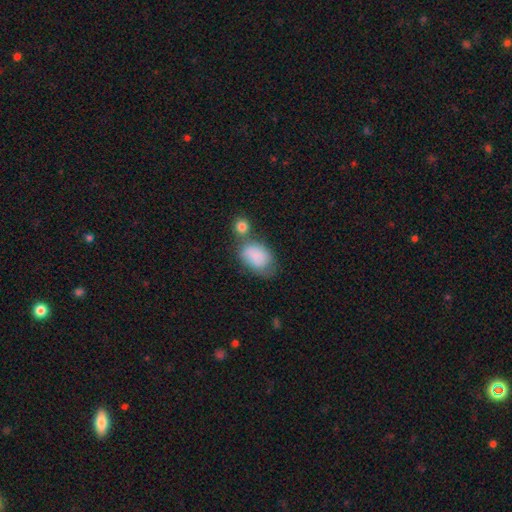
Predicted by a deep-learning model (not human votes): Smooth or featured?
  - smooth: 82% *
  - featured or disk: 10%
  - star or artifact: 7%
How rounded?
  - in between: 83% *
  - round: 15%
  - cigar-shaped: 1%
Merging?
  - none: 39% *
  - merger: 26%
  - minor disturbance: 24%
  - major disturbance: 11%